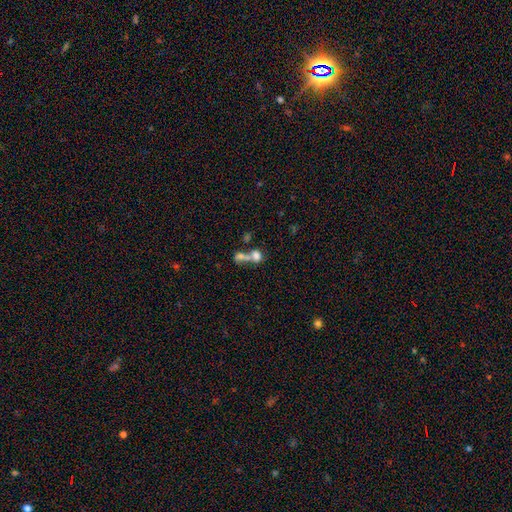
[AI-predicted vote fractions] The model was most divided on "how rounded": in between: 60%, round: 35%, cigar-shaped: 4%. More confident: smooth or featured — smooth (69%); merging — merger (66%).